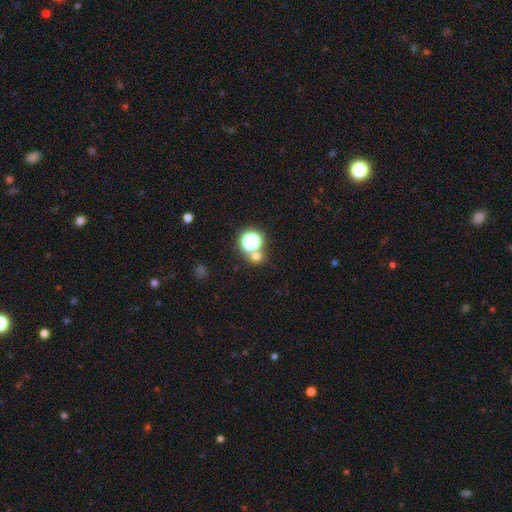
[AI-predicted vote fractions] Q: Smooth or featured?
A: smooth (60%); runner-up: star or artifact (33%)
Q: How rounded?
A: round (83%); runner-up: in between (15%)
Q: Merging?
A: none (64%); runner-up: merger (25%)